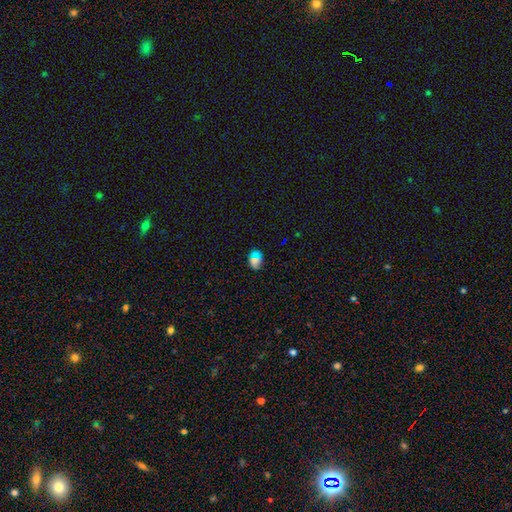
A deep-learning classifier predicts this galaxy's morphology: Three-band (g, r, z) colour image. It shows a smooth galaxy with no disk features (61%) that is in between round and cigar-shaped (67%). Merging: none (81%).